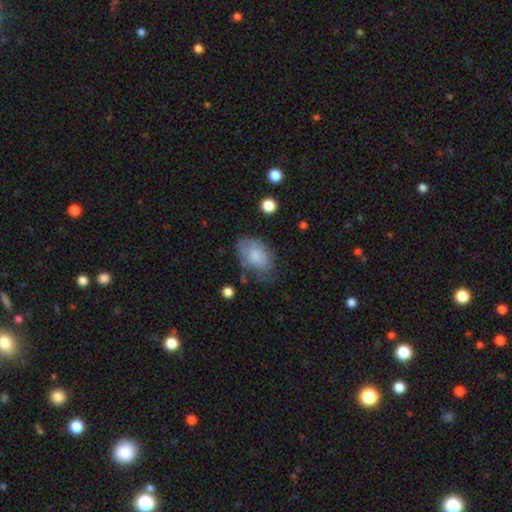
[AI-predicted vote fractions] smooth-or-featured: smooth: 76% | featured or disk: 16% | star or artifact: 7%
  how-rounded: in between: 89% | round: 10% | cigar-shaped: 1%
  merging: none: 54% | minor disturbance: 30% | major disturbance: 13% | merger: 3%